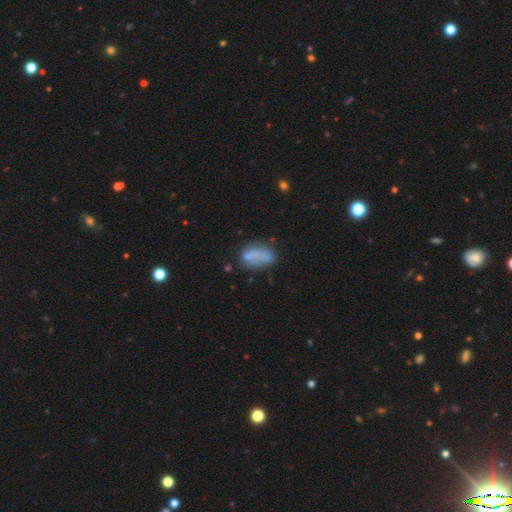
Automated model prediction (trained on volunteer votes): The model was most divided on "merging": none: 41%, minor disturbance: 26%, major disturbance: 18%, merger: 14%. More confident: how rounded — in between (85%); smooth or featured — smooth (60%).